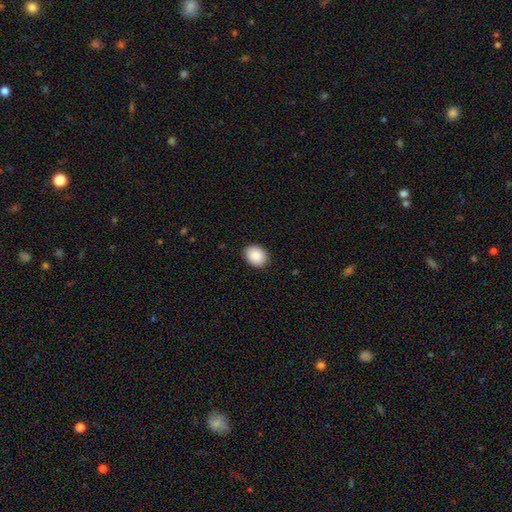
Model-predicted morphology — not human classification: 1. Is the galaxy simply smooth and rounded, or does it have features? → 90% smooth, 7% star or artifact, 3% featured or disk.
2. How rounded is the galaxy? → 60% in between, 39% round, 1% cigar-shaped.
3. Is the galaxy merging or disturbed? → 88% none, 9% minor disturbance, 2% major disturbance, 1% merger.